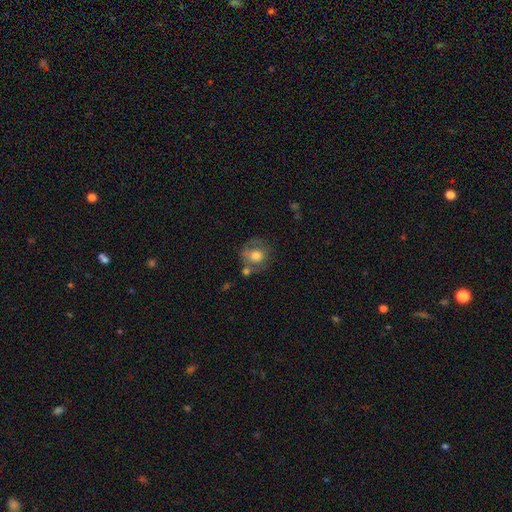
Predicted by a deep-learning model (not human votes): This appears to be a smooth galaxy with no disk features (61%) that is round (81%). Merging: none (53%).